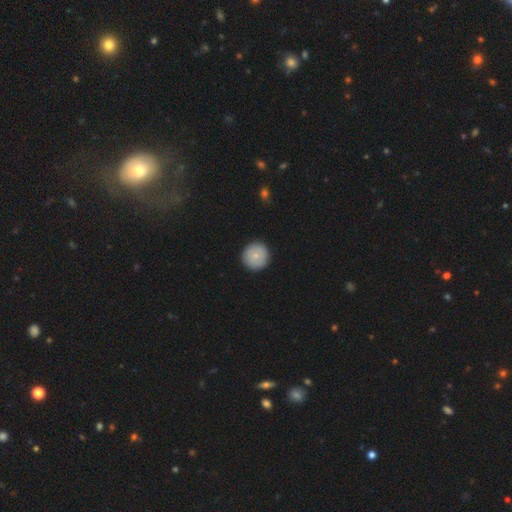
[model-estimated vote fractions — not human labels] Smooth or featured? Predicted: smooth (p=0.76). How rounded? Predicted: round (p=0.96). Merging? Predicted: none (p=0.91).